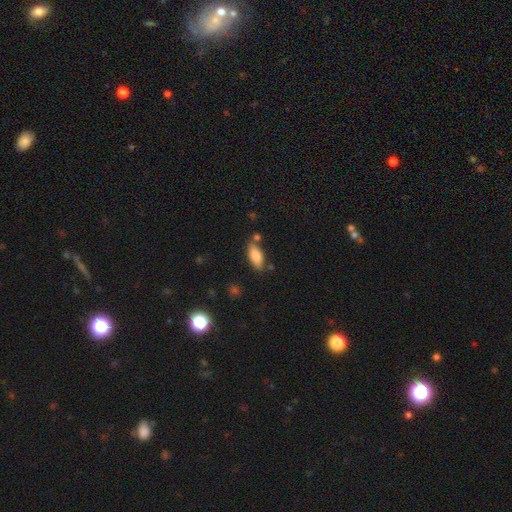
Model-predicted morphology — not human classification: Q: Smooth or featured?
A: smooth (81%); runner-up: featured or disk (12%)
Q: How rounded?
A: in between (80%); runner-up: cigar-shaped (18%)
Q: Merging?
A: none (74%); runner-up: minor disturbance (15%)